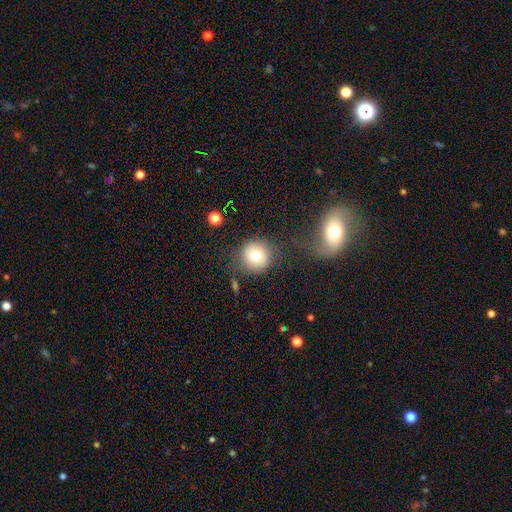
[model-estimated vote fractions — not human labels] A smooth galaxy with no disk features (75%) that is round (92%). Merging: none (76%).